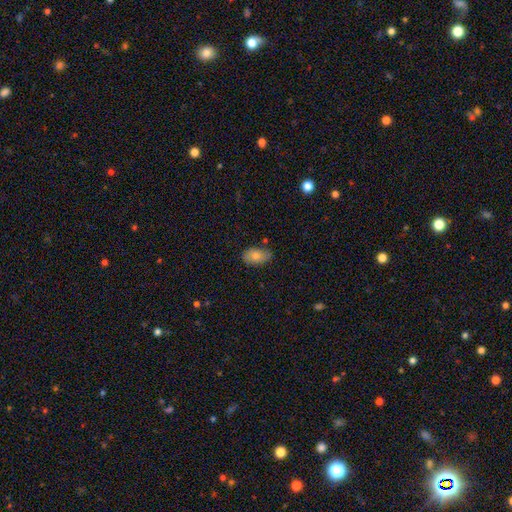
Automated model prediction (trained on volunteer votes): The model was most divided on "merging": none: 72%, minor disturbance: 22%, major disturbance: 3%, merger: 3%. More confident: how rounded — in between (90%); smooth or featured — smooth (74%).